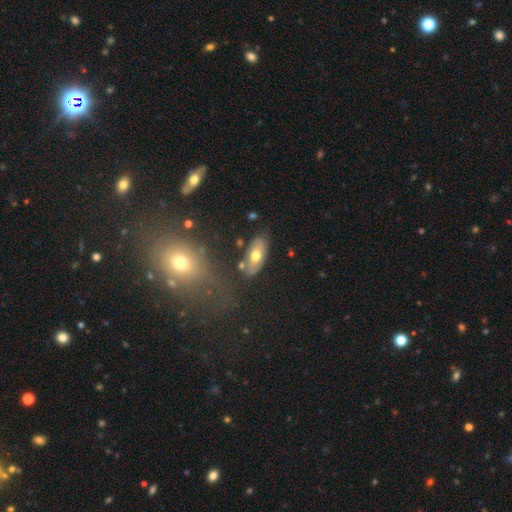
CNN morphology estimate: This appears to be a smooth galaxy with no disk features (57%) that is in between round and cigar-shaped (88%). Merging: none (74%).